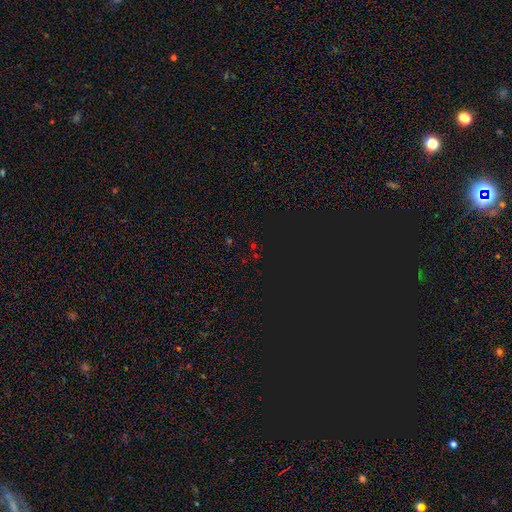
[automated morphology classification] A star or artifact, not a galaxy (71%).

Vote fractions:
- Smooth or featured? star or artifact: 71% / smooth: 22% / featured or disk: 7%